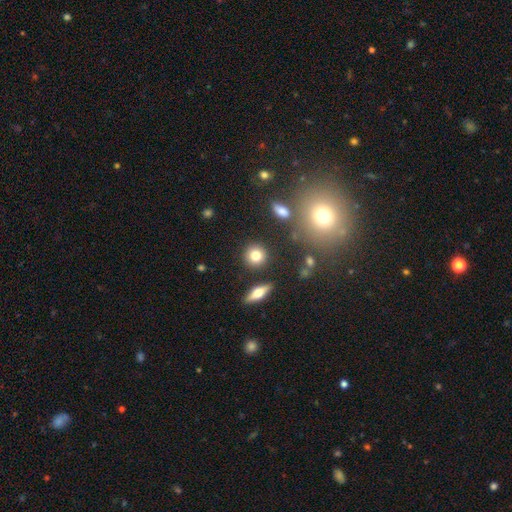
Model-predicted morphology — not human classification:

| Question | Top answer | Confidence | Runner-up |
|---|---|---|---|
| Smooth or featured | smooth | 80% | star or artifact (10%) |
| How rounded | round | 88% | in between (10%) |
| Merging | none | 87% | minor disturbance (7%) |